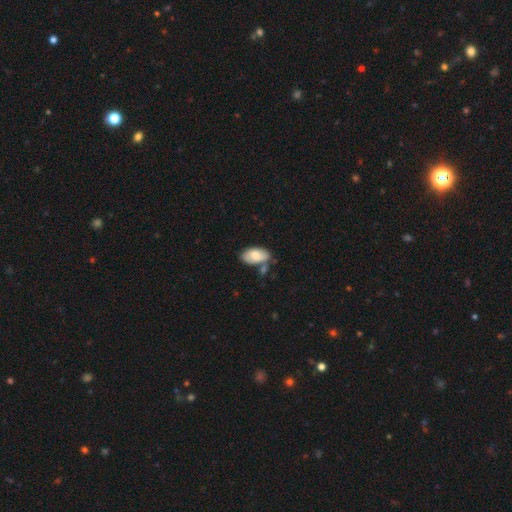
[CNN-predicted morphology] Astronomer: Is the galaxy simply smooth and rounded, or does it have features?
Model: smooth — 74%.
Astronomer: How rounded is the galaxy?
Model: in between — 95%.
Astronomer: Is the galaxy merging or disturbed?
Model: none — 57%.